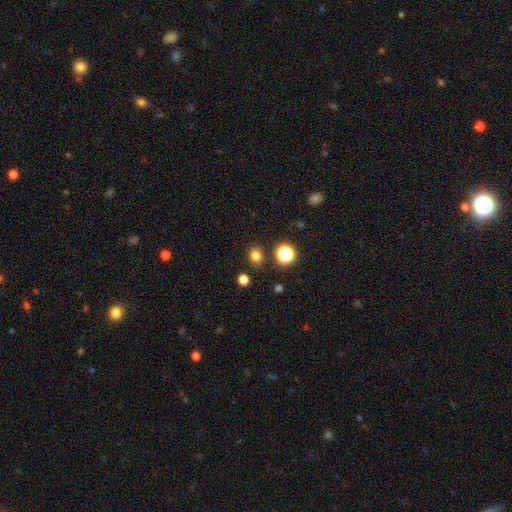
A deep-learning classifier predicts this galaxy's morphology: The model was most divided on "how rounded": round: 70%, in between: 29%, cigar-shaped: 1%. More confident: merging — none (86%); smooth or featured — smooth (78%).